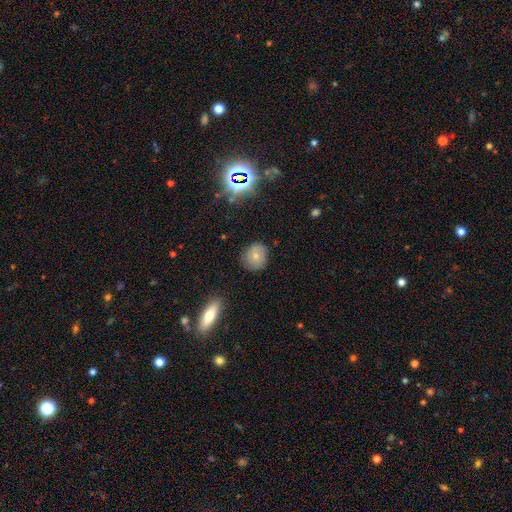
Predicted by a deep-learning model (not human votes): A smooth galaxy with no disk features (65%) that is round (77%). Merging: none (80%).